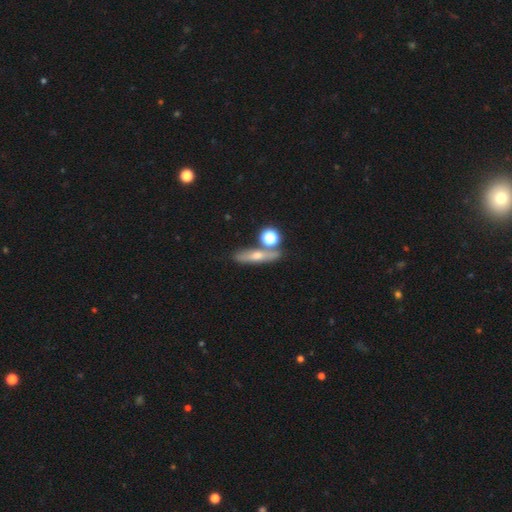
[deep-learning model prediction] smooth_or_featured: featured or disk (p=0.44) [alt: smooth p=0.42]
merging: none (p=0.70) [alt: merger p=0.14]